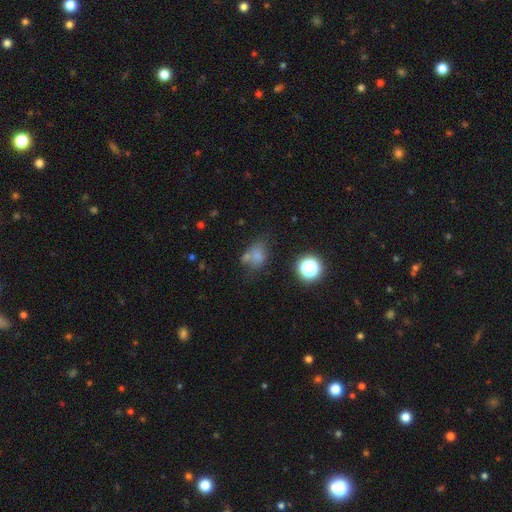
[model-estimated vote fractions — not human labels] Morphology: type=smooth (67%); roundness=in between (58%); merging=none (41%).